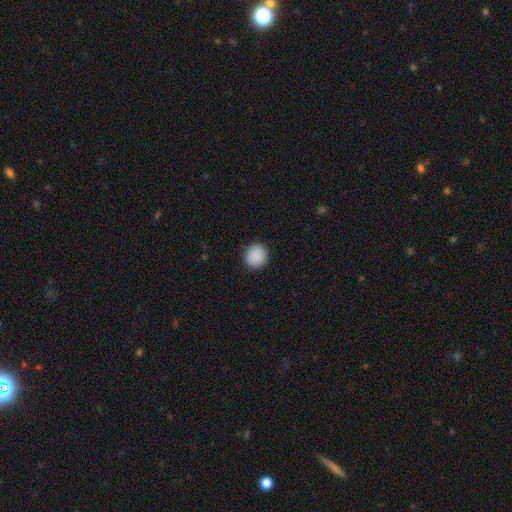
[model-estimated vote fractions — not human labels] Smooth or featured? smooth (90%)
How rounded? round (90%)
Merging? none (91%)